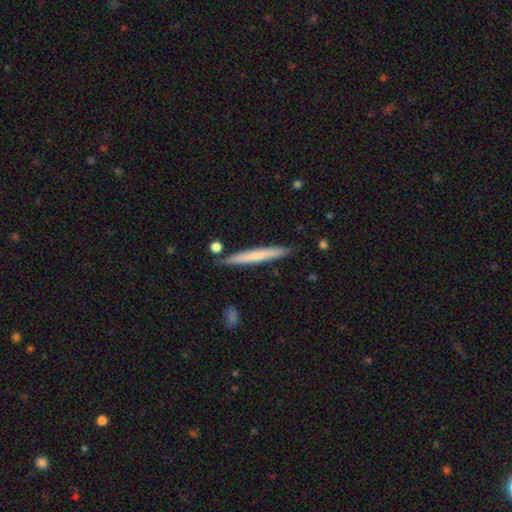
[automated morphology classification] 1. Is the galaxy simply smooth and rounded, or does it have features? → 59% smooth, 35% featured or disk, 6% star or artifact.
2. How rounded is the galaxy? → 96% cigar-shaped, 2% in between, 1% round.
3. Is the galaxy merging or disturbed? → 87% none, 9% minor disturbance, 2% merger, 2% major disturbance.